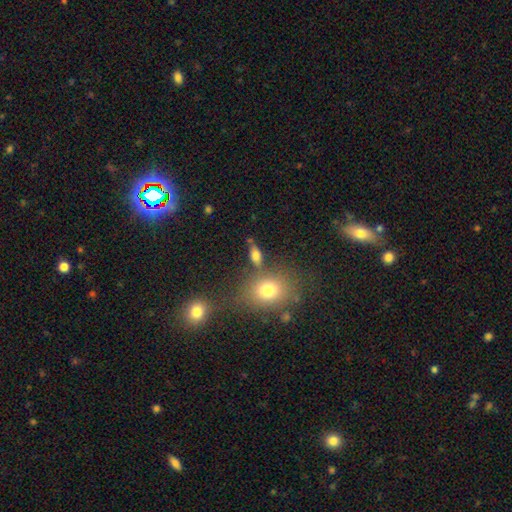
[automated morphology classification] smooth_or_featured: smooth (p=0.70) [alt: featured or disk p=0.17]
how_rounded: in between (p=0.73) [alt: cigar-shaped p=0.14]
merging: none (p=0.71) [alt: minor disturbance p=0.12]